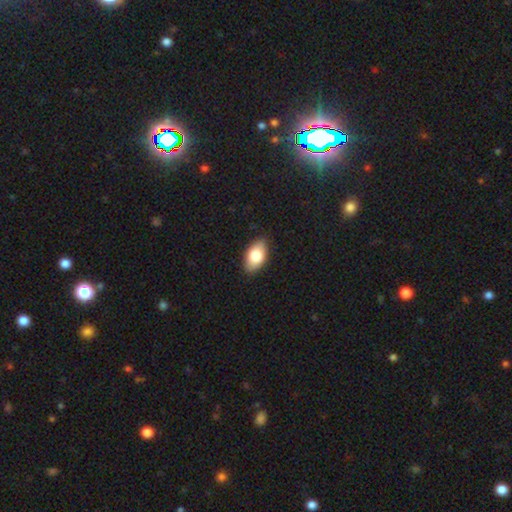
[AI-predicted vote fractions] This appears to be a smooth galaxy with no disk features (81%) that is in between round and cigar-shaped (93%). Merging: none (87%).